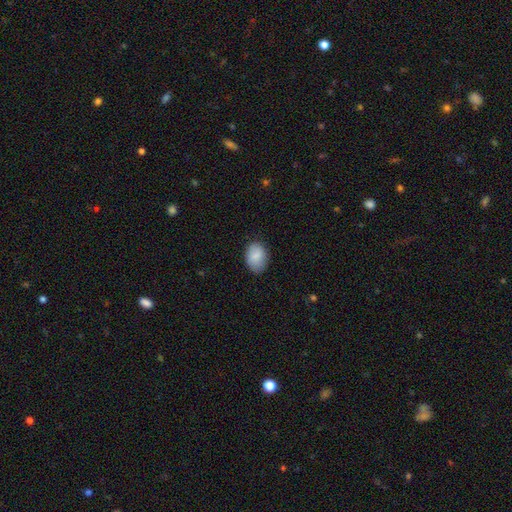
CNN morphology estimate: Smooth or featured? Predicted: smooth (p=0.85). How rounded? Predicted: in between (p=0.78). Merging? Predicted: none (p=0.80).